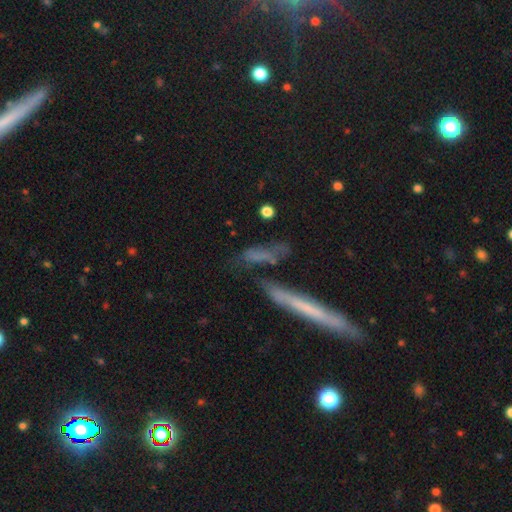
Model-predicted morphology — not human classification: A smooth galaxy with no disk features (51%) that is cigar-shaped (75%).

Vote fractions:
- Smooth or featured? smooth: 51% / featured or disk: 36% / star or artifact: 13%
- How rounded? cigar-shaped: 75% / in between: 19% / round: 6%
- Merging? none: 57% / minor disturbance: 19% / merger: 13% / major disturbance: 11%